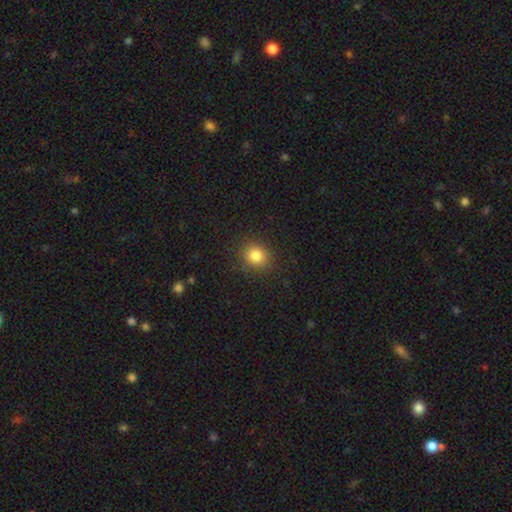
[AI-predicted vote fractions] The model was most divided on "how rounded": round: 81%, in between: 19%, cigar-shaped: 1%. More confident: merging — none (89%); smooth or featured — smooth (83%).